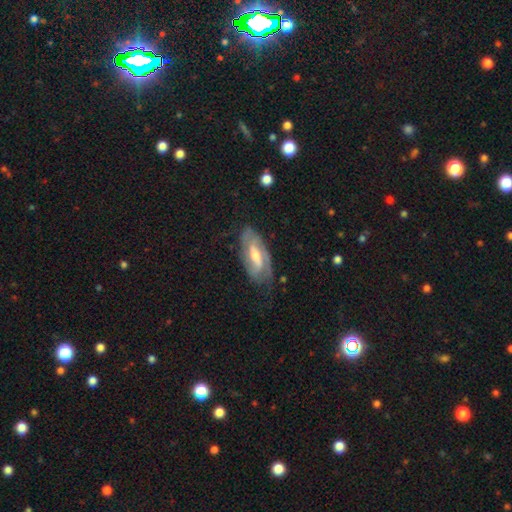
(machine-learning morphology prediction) Overall: featured or disk (75%). Edge-on disk: no (90%). Bar: weak (48%; strong 30%). Spiral arms: yes (89%). Spiral arm count: 2 (70%). Spiral winding: tight (42%, tied with medium). Bulge size: moderate (56%; small 29%). Merging: none (69%).